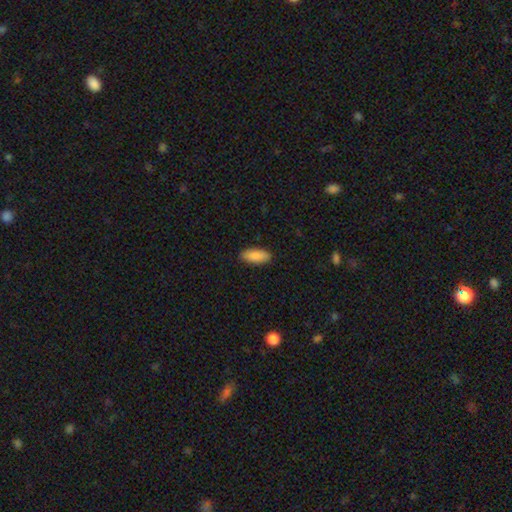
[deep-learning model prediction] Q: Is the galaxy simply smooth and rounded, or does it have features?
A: smooth — 90%.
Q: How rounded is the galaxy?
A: in between — 83%.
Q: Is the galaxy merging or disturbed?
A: none — 89%.